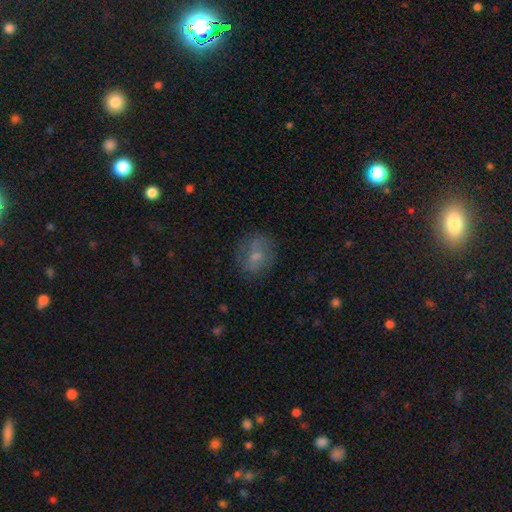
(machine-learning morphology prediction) A smooth galaxy with no disk features (62%) that is round (55%). Merging: none (71%).